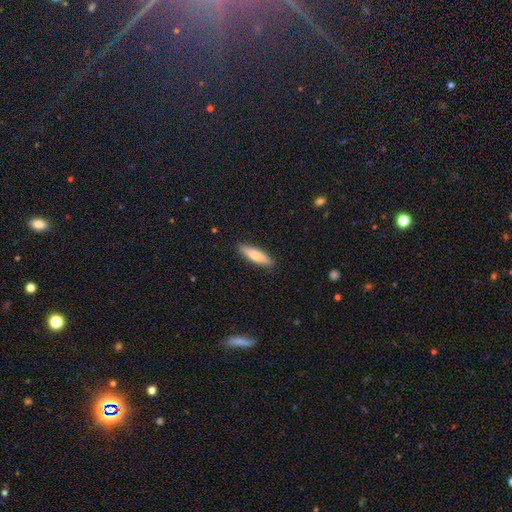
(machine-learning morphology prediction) Smooth or featured? smooth (77%)
How rounded? cigar-shaped (71%)
Merging? none (89%)